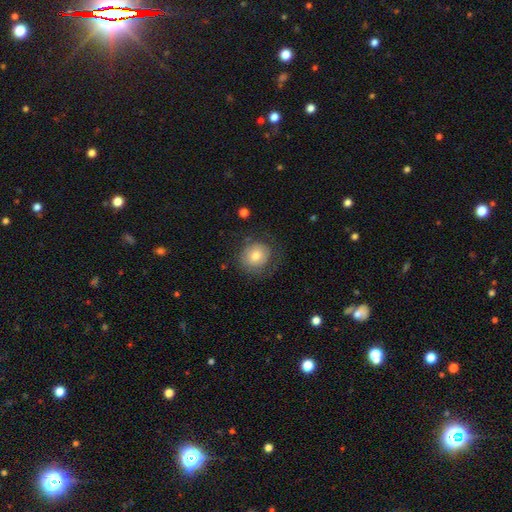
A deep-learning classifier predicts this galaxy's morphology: Smooth or featured? Predicted: smooth (p=0.70). How rounded? Predicted: round (p=0.80). Merging? Predicted: none (p=0.65).